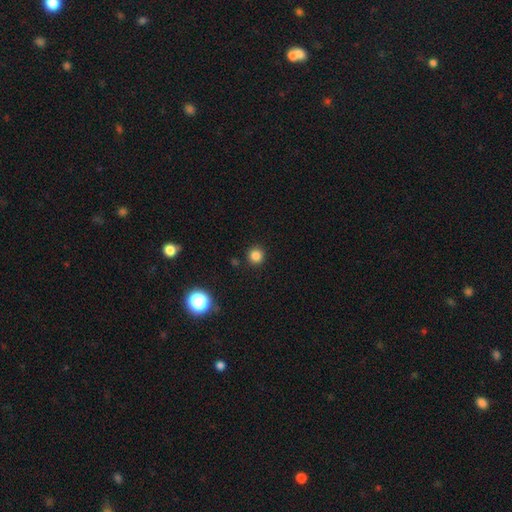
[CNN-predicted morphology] smooth 83%, star or artifact 13%, featured or disk 4%. Down the decision tree: how rounded — round (95%); merging — none (91%).